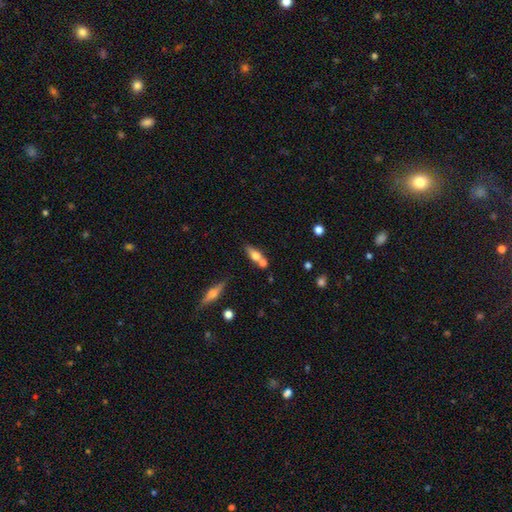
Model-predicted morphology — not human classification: A smooth galaxy with no disk features (64%) that is in between round and cigar-shaped (66%). Merging: none (43%).